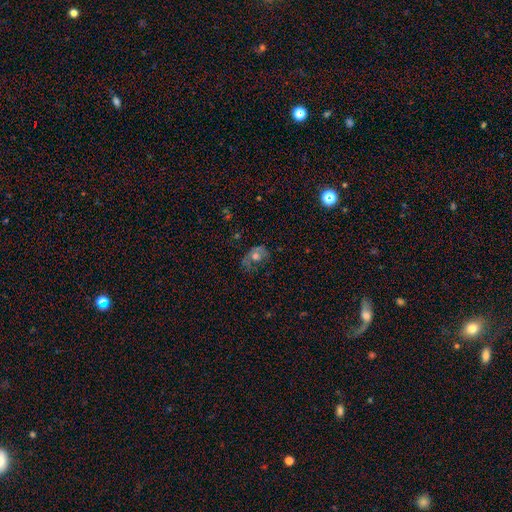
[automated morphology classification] This appears to be a featured or disk galaxy (45%). Merging: none (56%).